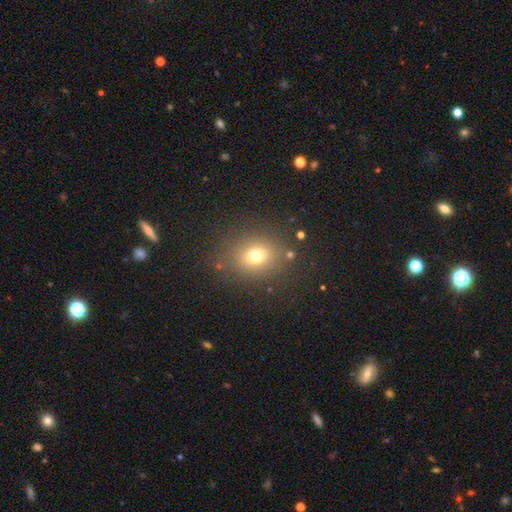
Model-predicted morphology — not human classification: Smooth or featured? Predicted: smooth (p=0.71). How rounded? Predicted: round (p=0.67). Merging? Predicted: none (p=0.82).